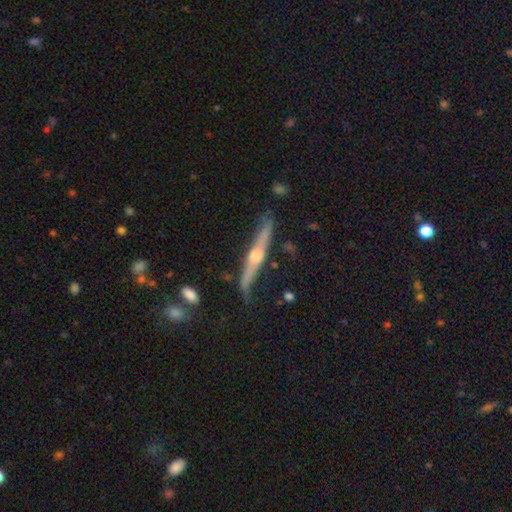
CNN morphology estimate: This appears to be a featured or disk galaxy (82%) viewed edge-on (96%) with a rounded central bulge (91%). Merging: none (78%).